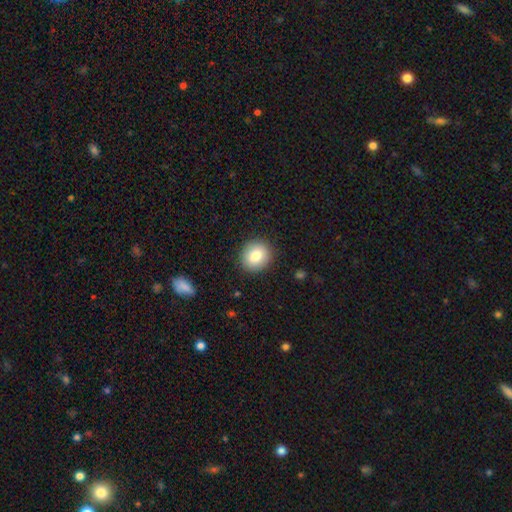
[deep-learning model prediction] smooth-or-featured: smooth: 85% | star or artifact: 8% | featured or disk: 8%
  how-rounded: round: 72% | in between: 27% | cigar-shaped: 1%
  merging: none: 88% | minor disturbance: 8% | major disturbance: 2% | merger: 1%